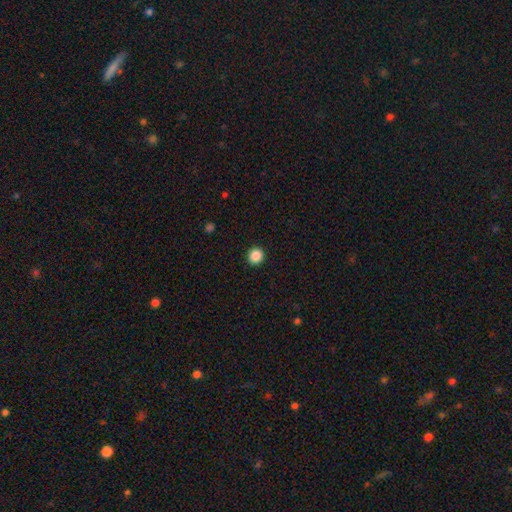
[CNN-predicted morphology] This appears to be a smooth galaxy with no disk features (87%) that is round (91%). Merging: none (93%).